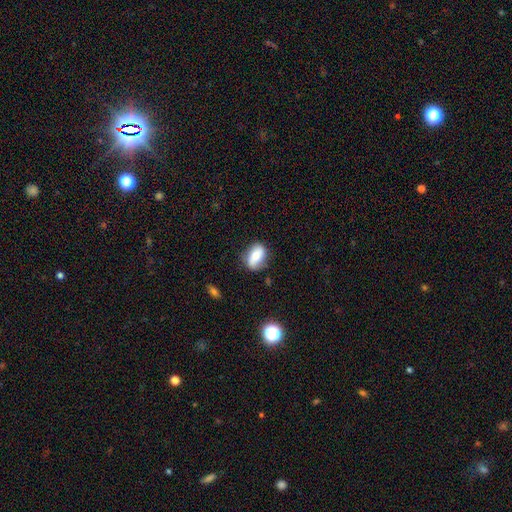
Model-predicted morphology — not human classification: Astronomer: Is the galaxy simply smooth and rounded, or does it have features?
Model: smooth — 66%.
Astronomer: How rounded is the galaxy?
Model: in between — 83%.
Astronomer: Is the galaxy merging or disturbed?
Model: none — 73%.